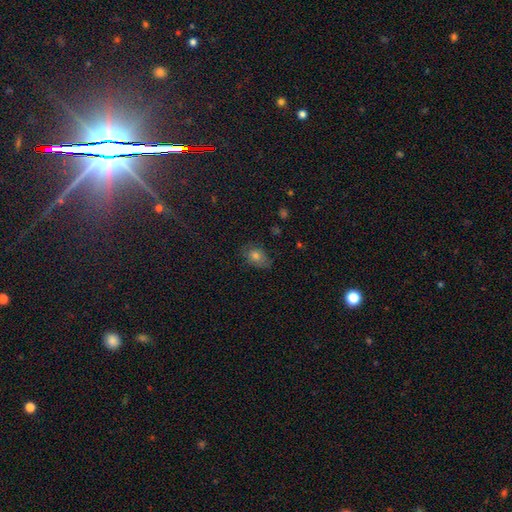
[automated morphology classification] type=smooth (66%); roundness=in between (71%); merging=none (65%).